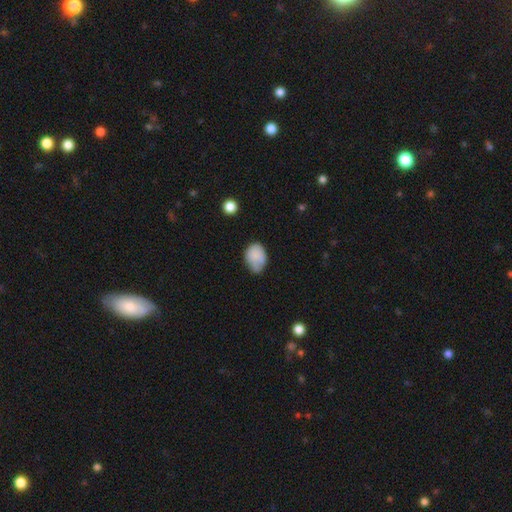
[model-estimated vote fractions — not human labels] A smooth galaxy with no disk features (80%) that is in between round and cigar-shaped (75%).

Vote fractions:
- Smooth or featured? smooth: 80% / featured or disk: 12% / star or artifact: 8%
- How rounded? in between: 75% / round: 24% / cigar-shaped: 1%
- Merging? none: 50% / minor disturbance: 38% / major disturbance: 9% / merger: 3%